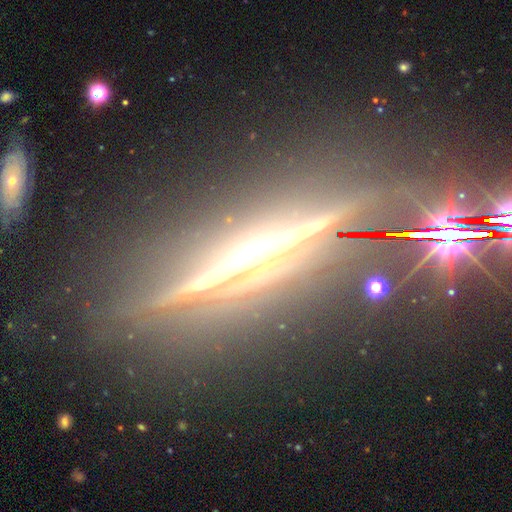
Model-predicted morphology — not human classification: Smooth or featured: featured or disk — 80% (star or artifact — 13%)
Edge-on disk: yes — 93% (no — 7%)
Edge-on bulge: rounded — 65% (none — 18%)
Merging: none — 83% (minor disturbance — 9%)